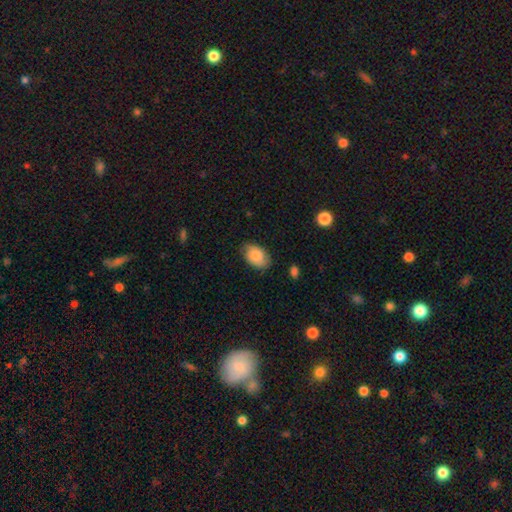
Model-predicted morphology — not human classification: This appears to be a smooth galaxy with no disk features (80%) that is in between round and cigar-shaped (87%). Merging: none (77%).